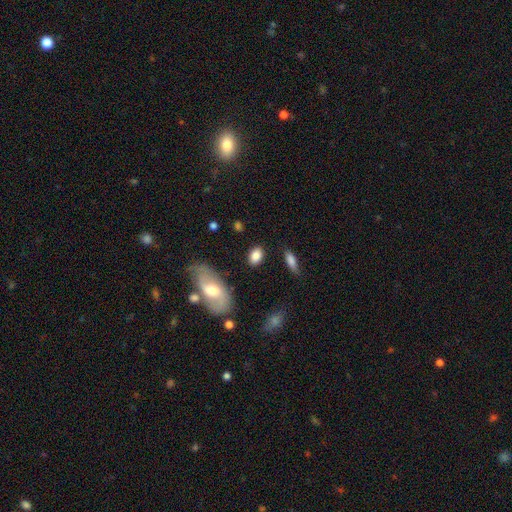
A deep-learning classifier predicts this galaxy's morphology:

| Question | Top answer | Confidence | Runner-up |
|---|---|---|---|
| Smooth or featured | smooth | 82% | featured or disk (10%) |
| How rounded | in between | 82% | round (15%) |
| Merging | none | 81% | minor disturbance (12%) |